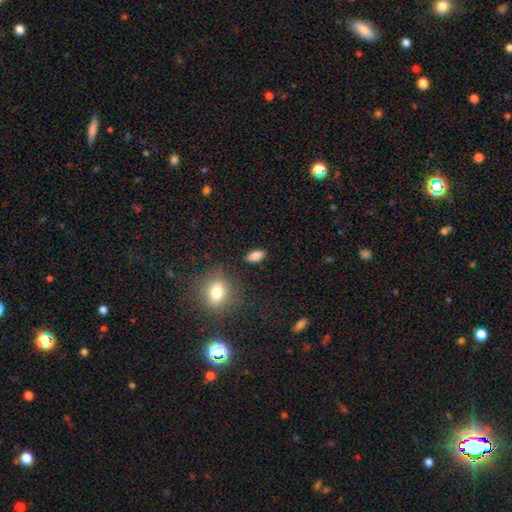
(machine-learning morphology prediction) The model was most divided on "smooth or featured": smooth: 84%, star or artifact: 9%, featured or disk: 8%. More confident: how rounded — in between (89%); merging — none (86%).